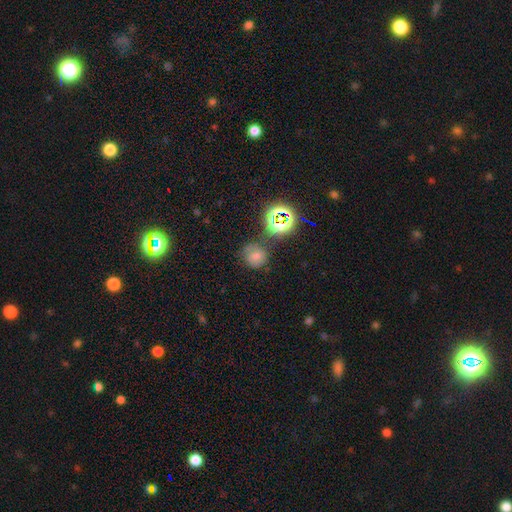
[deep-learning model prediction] Smooth or featured? Predicted: smooth (p=0.56). How rounded? Predicted: round (p=0.81). Merging? Predicted: none (p=0.61).